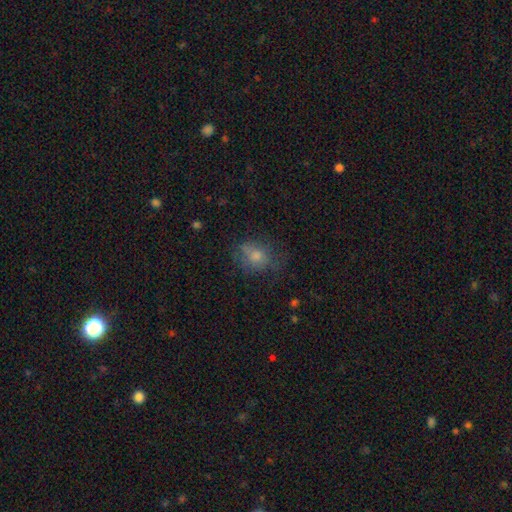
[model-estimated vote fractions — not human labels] smooth-or-featured: smooth: 65% | featured or disk: 18% | star or artifact: 17%
  how-rounded: round: 54% | in between: 45% | cigar-shaped: 1%
  merging: none: 63% | minor disturbance: 23% | major disturbance: 12% | merger: 2%